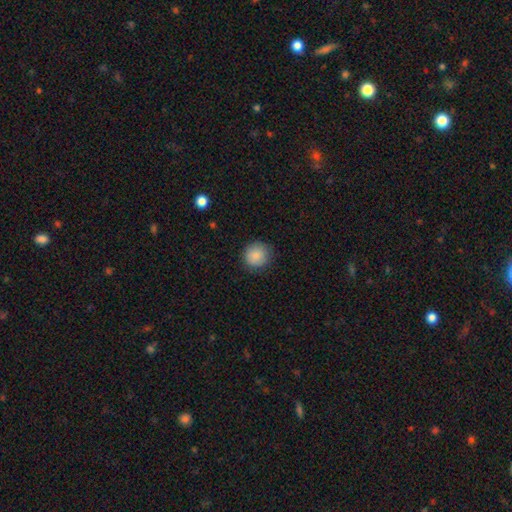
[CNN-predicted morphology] Smooth or featured? smooth (87%)
How rounded? round (94%)
Merging? none (87%)